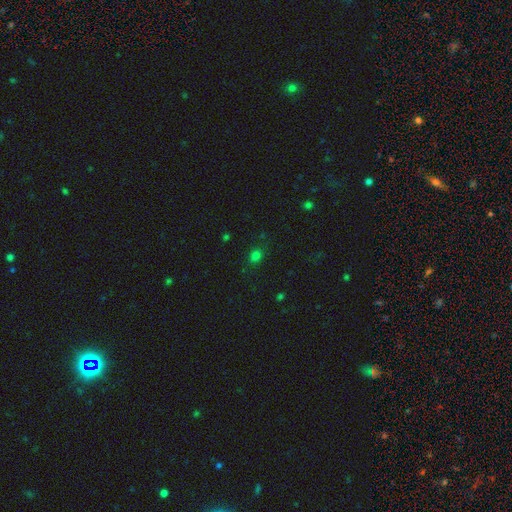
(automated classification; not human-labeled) This appears to be a smooth galaxy with no disk features (74%) that is round (54%). Merging: none (82%).